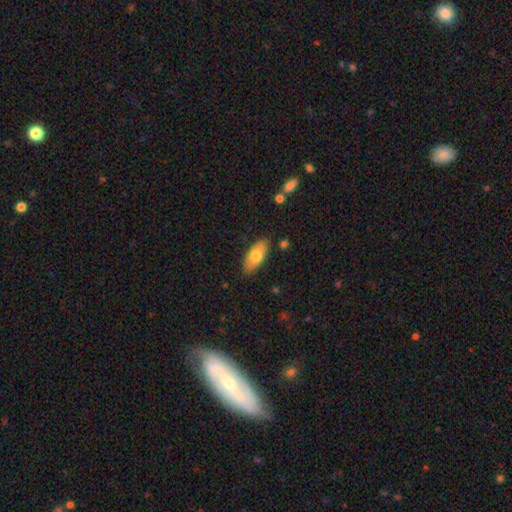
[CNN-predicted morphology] Overall: smooth (74%). How rounded: in between (89%). Merging: none (84%).